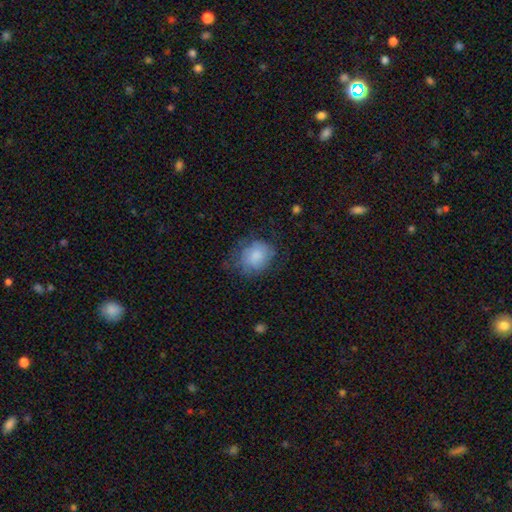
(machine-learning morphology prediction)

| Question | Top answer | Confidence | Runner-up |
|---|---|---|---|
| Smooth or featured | smooth | 73% | featured or disk (20%) |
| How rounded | round | 62% | in between (37%) |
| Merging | none | 57% | minor disturbance (27%) |